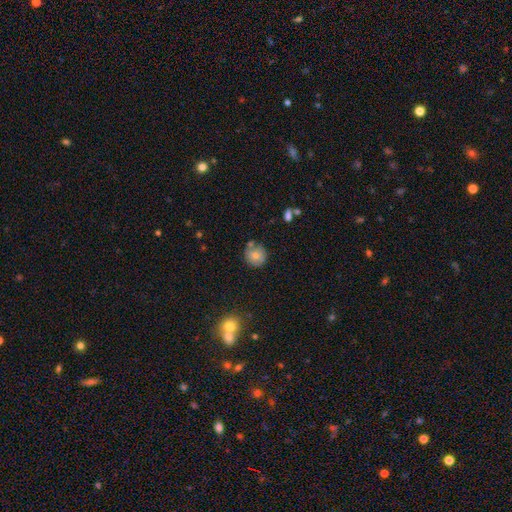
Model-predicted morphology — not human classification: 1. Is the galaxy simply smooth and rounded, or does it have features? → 75% smooth, 15% featured or disk, 10% star or artifact.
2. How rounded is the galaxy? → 90% round, 9% in between, 1% cigar-shaped.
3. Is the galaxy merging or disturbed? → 69% none, 17% minor disturbance, 10% merger, 4% major disturbance.